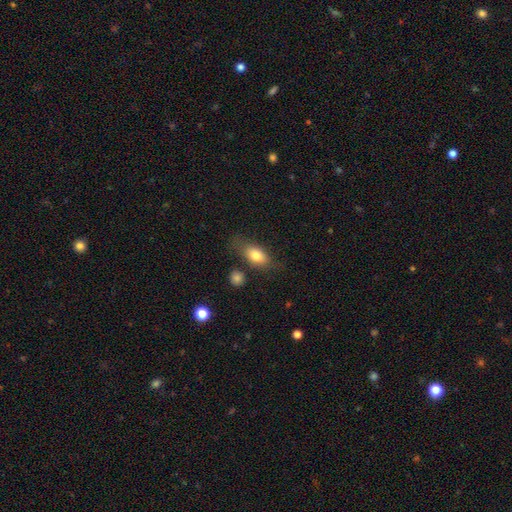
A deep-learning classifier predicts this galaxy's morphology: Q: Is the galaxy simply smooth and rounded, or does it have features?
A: smooth — 76%.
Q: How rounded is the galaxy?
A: in between — 81%.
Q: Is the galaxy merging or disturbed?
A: none — 66%.